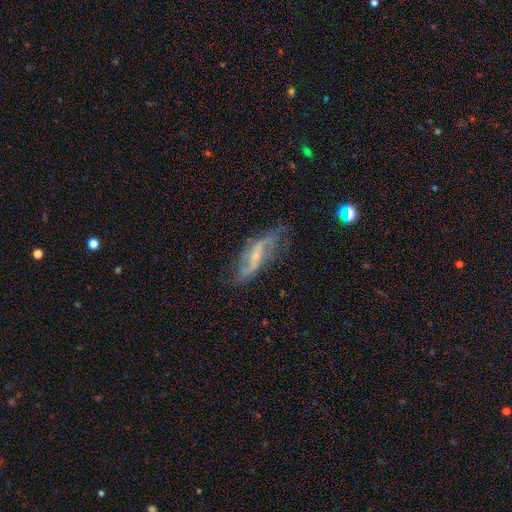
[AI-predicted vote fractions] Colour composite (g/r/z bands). It shows a featured or disk galaxy (81%) with a weak bar (42%), 2 (85%) loose (67%) spiral arms (91%) and a small central bulge (71%). Merging: none (66%).